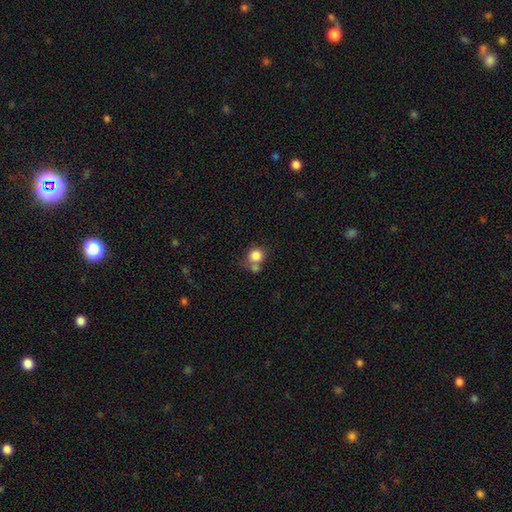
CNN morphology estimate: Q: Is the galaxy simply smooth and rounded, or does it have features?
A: smooth — 83%.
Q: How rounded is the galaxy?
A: round — 85%.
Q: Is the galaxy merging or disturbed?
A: none — 49%.